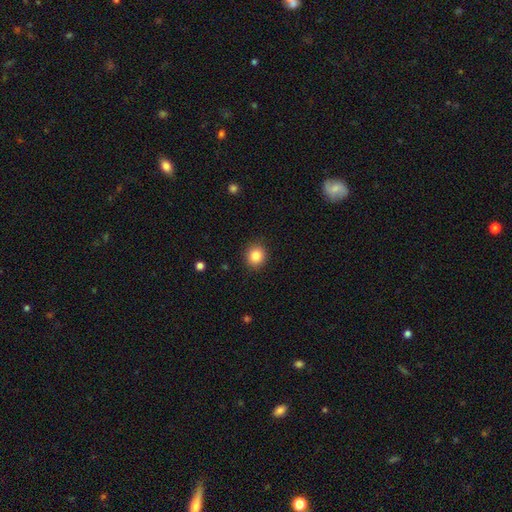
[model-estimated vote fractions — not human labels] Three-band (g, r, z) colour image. It shows a smooth galaxy with no disk features (84%) that is round (83%). Merging: none (90%).